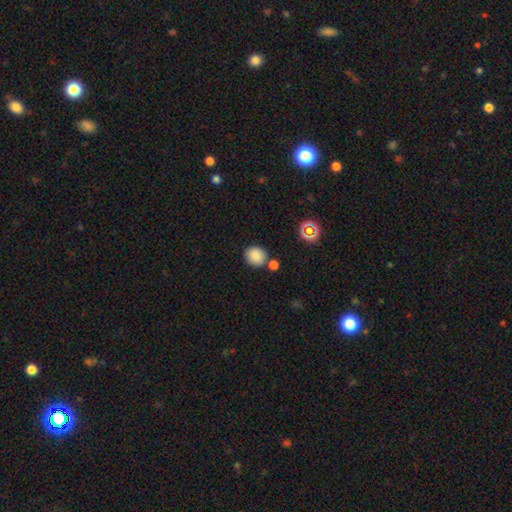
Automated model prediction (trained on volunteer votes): Overall: smooth (85%). How rounded: round (83%). Merging: none (77%).